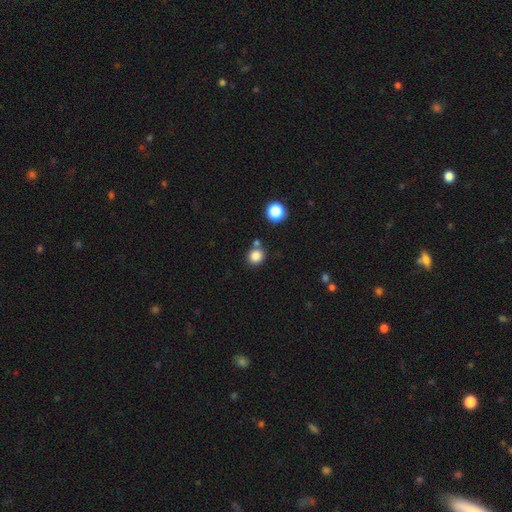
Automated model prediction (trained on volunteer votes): smooth-or-featured: smooth: 84% | star or artifact: 12% | featured or disk: 5%
  how-rounded: round: 84% | in between: 15% | cigar-shaped: 1%
  merging: none: 73% | merger: 15% | minor disturbance: 9% | major disturbance: 3%